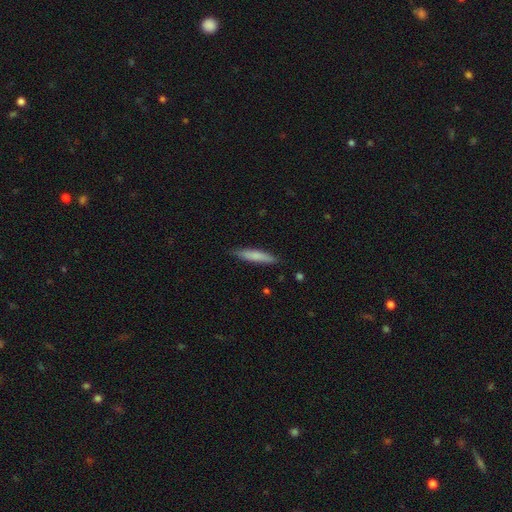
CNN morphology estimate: Smooth or featured? Predicted: smooth (p=0.76). How rounded? Predicted: cigar-shaped (p=0.89). Merging? Predicted: none (p=0.87).